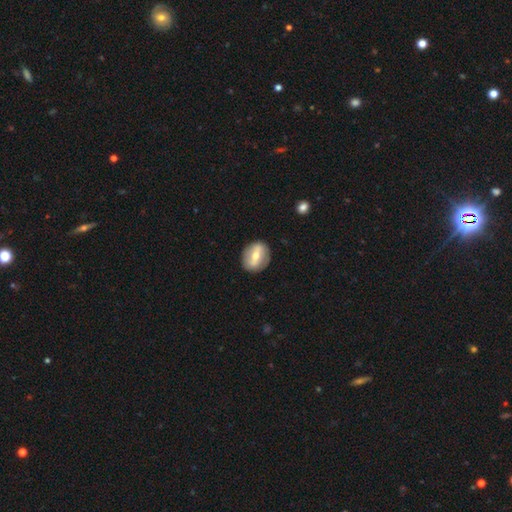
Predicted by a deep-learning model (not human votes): smooth-or-featured: featured or disk: 57% | smooth: 38% | star or artifact: 6%
  disk-edge-on: no: 91% | yes: 9%
    bar: strong: 52% | weak: 31% | no: 17%
    has-spiral-arms: no: 62% | yes: 38%
    bulge-size: moderate: 70% | small: 22% | large: 6% | none: 1% | dominant: 1%
  merging: none: 85% | minor disturbance: 11% | major disturbance: 3% | merger: 1%